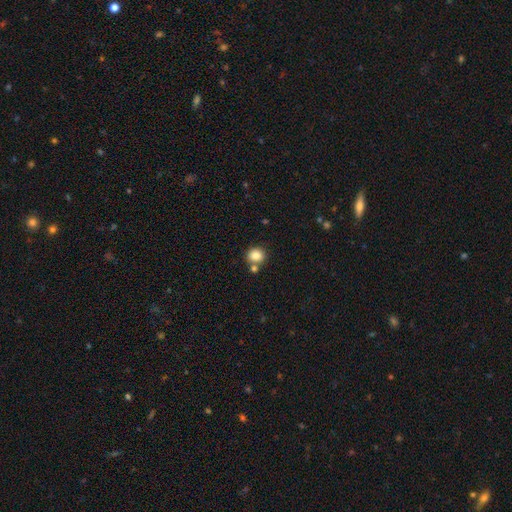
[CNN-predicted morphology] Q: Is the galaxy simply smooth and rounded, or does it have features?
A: smooth — 85%.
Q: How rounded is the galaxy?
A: round — 80%.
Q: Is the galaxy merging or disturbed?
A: none — 64%.